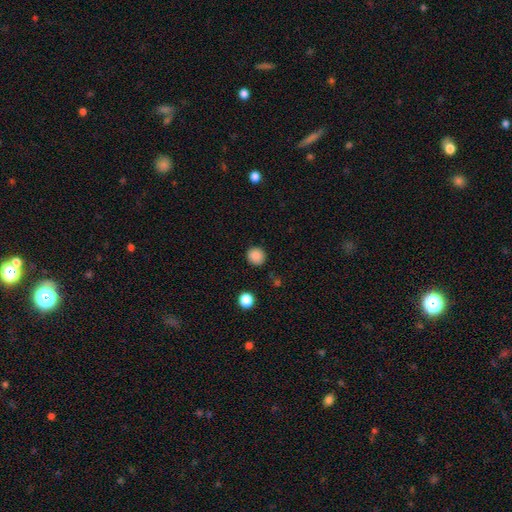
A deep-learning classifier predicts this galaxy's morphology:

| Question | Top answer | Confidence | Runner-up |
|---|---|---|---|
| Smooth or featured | smooth | 87% | star or artifact (10%) |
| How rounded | round | 92% | in between (7%) |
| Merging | none | 89% | minor disturbance (7%) |